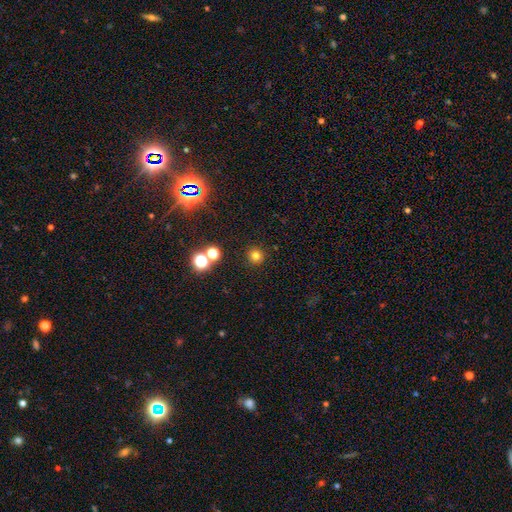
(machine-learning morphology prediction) Smooth or featured?
  - smooth: 76% *
  - star or artifact: 18%
  - featured or disk: 6%
How rounded?
  - round: 94% *
  - in between: 5%
  - cigar-shaped: 1%
Merging?
  - none: 89% *
  - minor disturbance: 5%
  - merger: 3%
  - major disturbance: 2%